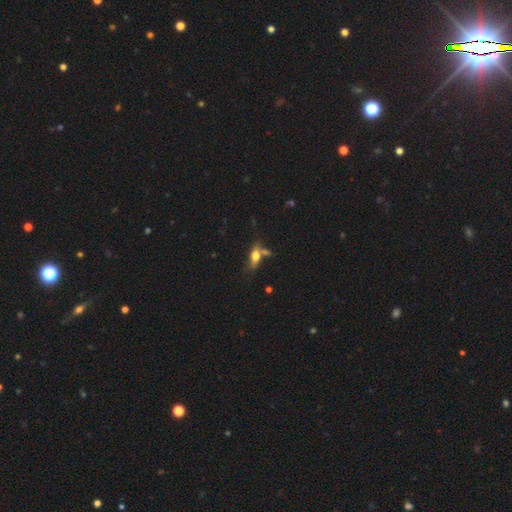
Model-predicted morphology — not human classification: Smooth or featured? Predicted: smooth (p=0.59). How rounded? Predicted: in between (p=0.68). Merging? Predicted: none (p=0.47).